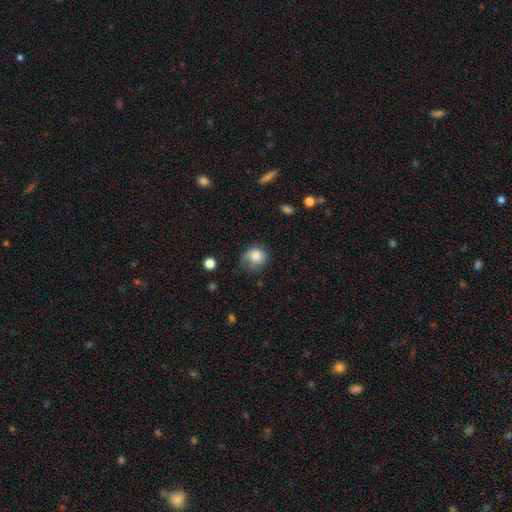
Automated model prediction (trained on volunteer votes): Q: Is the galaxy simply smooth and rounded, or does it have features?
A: smooth — 79%.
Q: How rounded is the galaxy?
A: round — 71%.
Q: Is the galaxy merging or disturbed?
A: none — 43%.